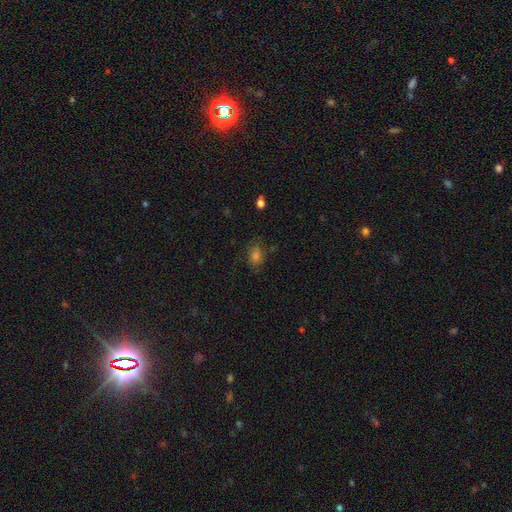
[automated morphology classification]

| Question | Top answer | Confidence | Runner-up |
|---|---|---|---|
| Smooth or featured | smooth | 69% | star or artifact (21%) |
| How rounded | in between | 67% | round (31%) |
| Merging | none | 79% | minor disturbance (15%) |